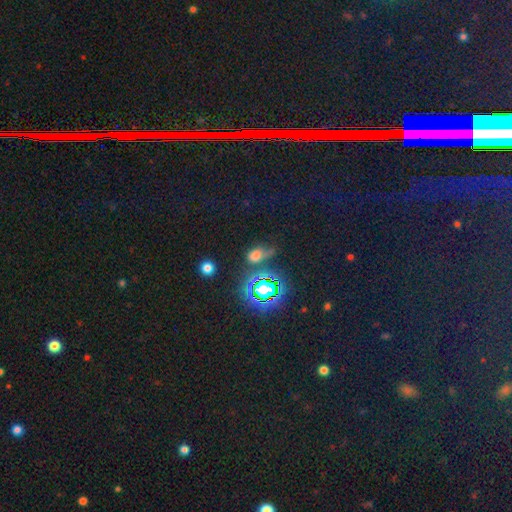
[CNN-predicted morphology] A smooth galaxy with no disk features (48%).

Vote fractions:
- Smooth or featured? smooth: 48% / star or artifact: 39% / featured or disk: 12%
- Merging? none: 46% / minor disturbance: 23% / major disturbance: 20% / merger: 10%